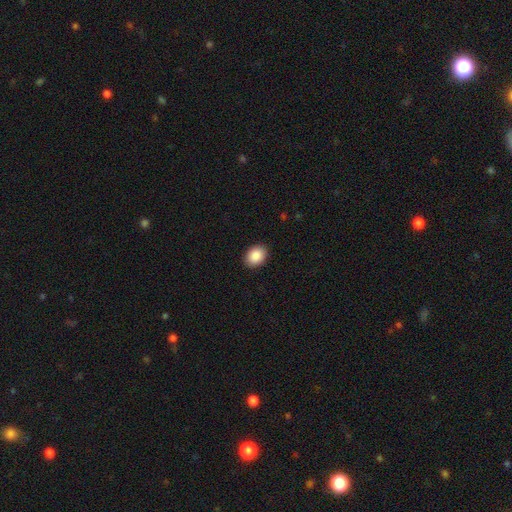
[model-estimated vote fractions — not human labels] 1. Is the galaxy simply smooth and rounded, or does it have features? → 89% smooth, 7% star or artifact, 3% featured or disk.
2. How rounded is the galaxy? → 67% in between, 32% round, 1% cigar-shaped.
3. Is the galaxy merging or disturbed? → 90% none, 7% minor disturbance, 2% major disturbance, 1% merger.